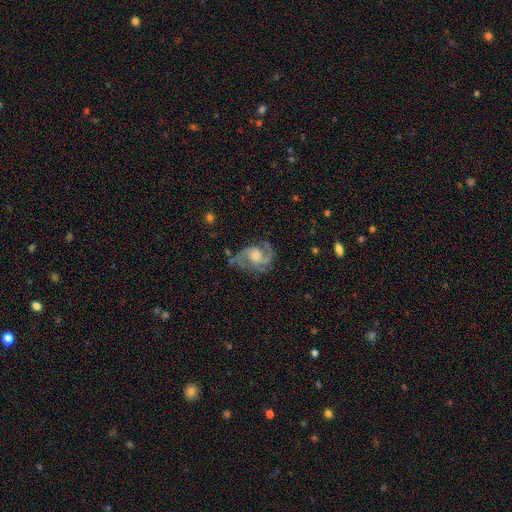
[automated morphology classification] featured or disk 87%, smooth 7%, star or artifact 6%. Down the decision tree: edge-on disk — no (98%); bar — no (60%); spiral arms — yes (97%); spiral arm count — 2 (78%); spiral winding — medium (56%); bulge size — moderate (50%); merging — none (66%).